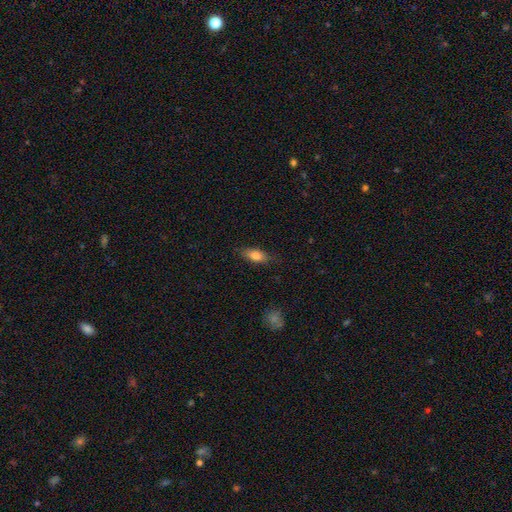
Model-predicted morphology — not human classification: A smooth galaxy with no disk features (77%) that is in between round and cigar-shaped (77%). Merging: none (81%).